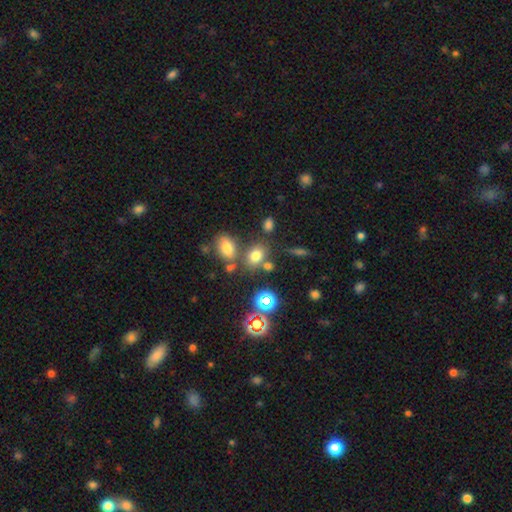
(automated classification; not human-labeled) Smooth or featured? Predicted: smooth (p=0.71). How rounded? Predicted: in between (p=0.67). Merging? Predicted: none (p=0.62).